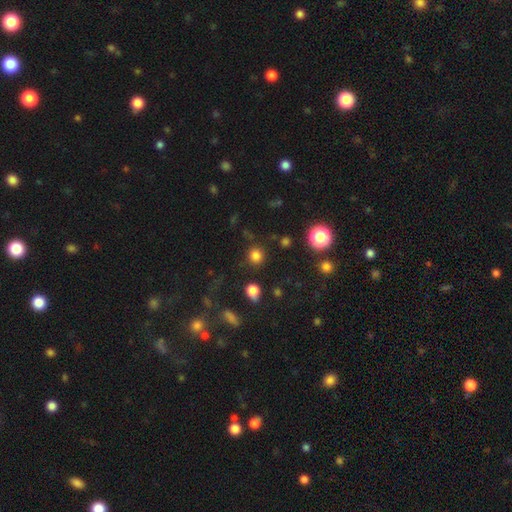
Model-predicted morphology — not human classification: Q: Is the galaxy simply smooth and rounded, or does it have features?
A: smooth — 80%.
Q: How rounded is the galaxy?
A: round — 91%.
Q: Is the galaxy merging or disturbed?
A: none — 86%.